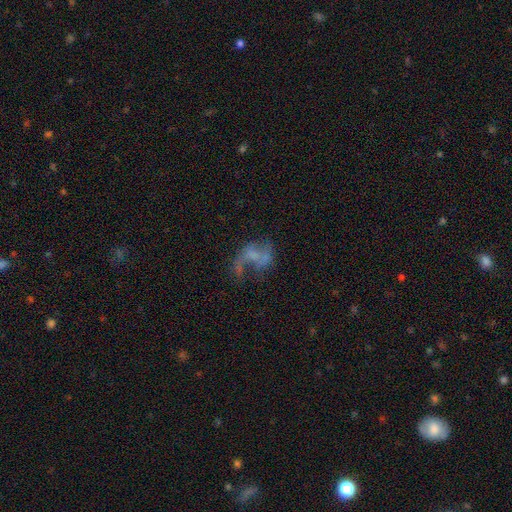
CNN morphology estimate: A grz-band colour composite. It shows a featured or disk galaxy (64%) with no bar (71%), spiral arms (57%) and no central bulge (63%). Merging: major disturbance (40%).